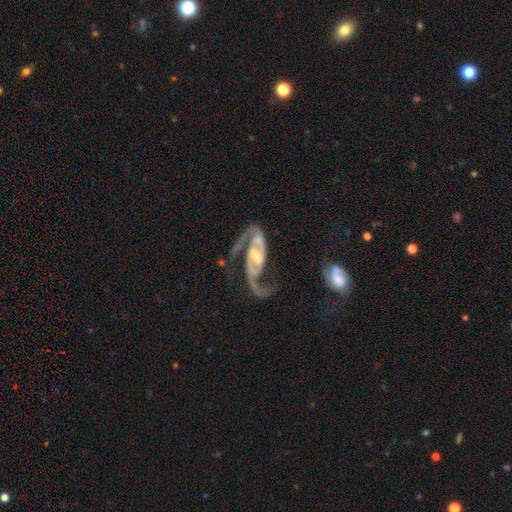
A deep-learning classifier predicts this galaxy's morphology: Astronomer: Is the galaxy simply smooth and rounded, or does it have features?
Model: featured or disk — 91%.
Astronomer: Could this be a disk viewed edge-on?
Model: no — 96%.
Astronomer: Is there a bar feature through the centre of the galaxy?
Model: weak — 41% (runner-up: strong, 38%).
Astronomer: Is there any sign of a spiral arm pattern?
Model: yes — 97%.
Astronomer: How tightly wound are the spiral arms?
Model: medium — 51% (runner-up: loose, 28%).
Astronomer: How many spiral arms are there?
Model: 2 — 88%.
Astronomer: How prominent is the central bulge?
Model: small — 49% (runner-up: moderate, 40%).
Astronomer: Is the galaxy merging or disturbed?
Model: none — 46% (runner-up: major disturbance, 29%).